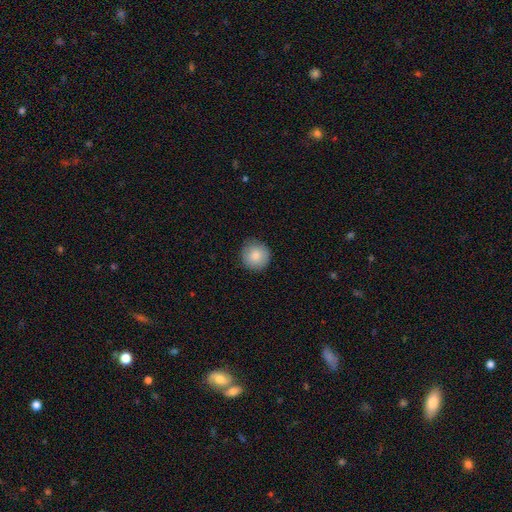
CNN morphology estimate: type=smooth (85%); roundness=round (93%); merging=none (87%).